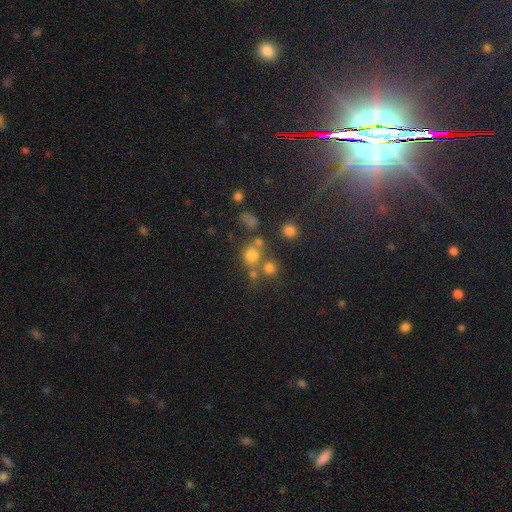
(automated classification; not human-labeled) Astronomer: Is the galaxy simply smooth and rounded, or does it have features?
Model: star or artifact — 53% (runner-up: smooth, 33%).